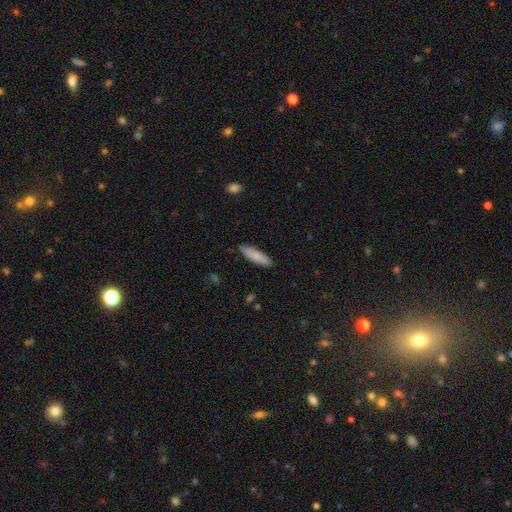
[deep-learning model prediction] smooth 84%, featured or disk 11%, star or artifact 6%. Down the decision tree: how rounded — cigar-shaped (65%); merging — none (86%).